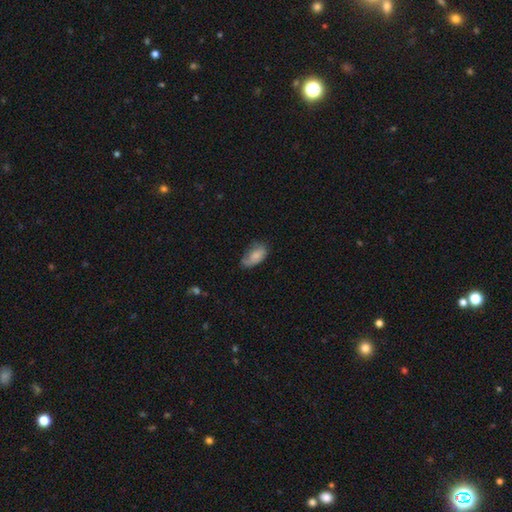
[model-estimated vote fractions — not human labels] This is likely a smooth galaxy (76%). How rounded: clearly in between (93%). Merging: possibly none (50%).